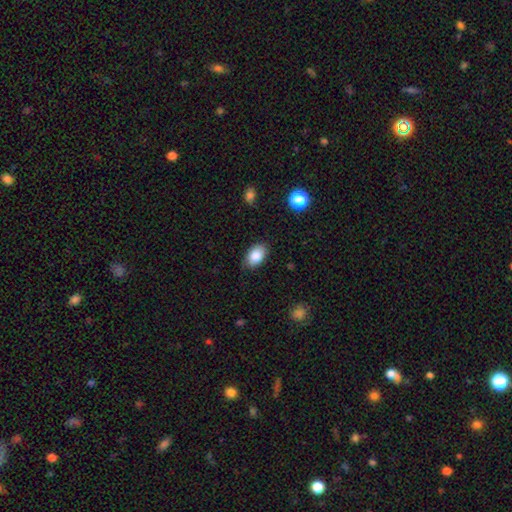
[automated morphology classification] type=smooth (86%); roundness=in between (89%); merging=none (82%).